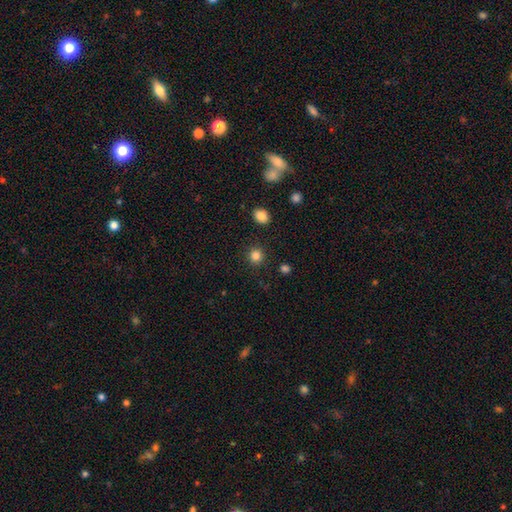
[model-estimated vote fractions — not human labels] smooth_or_featured: smooth (p=0.83) [alt: star or artifact p=0.12]
how_rounded: round (p=0.90) [alt: in between p=0.09]
merging: none (p=0.90) [alt: minor disturbance p=0.06]